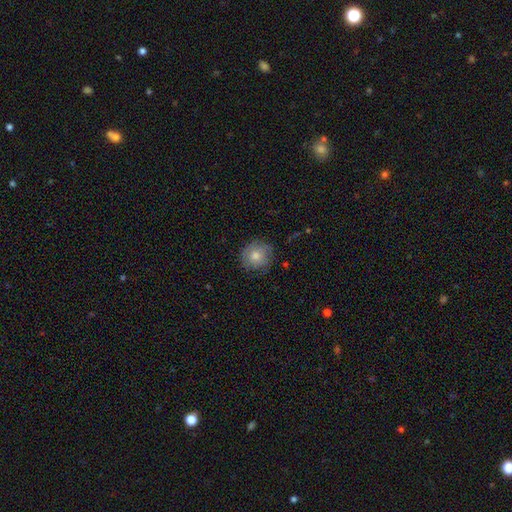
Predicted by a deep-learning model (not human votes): smooth-or-featured: smooth: 60% | featured or disk: 28% | star or artifact: 11%
  how-rounded: round: 89% | in between: 10% | cigar-shaped: 1%
  merging: none: 78% | minor disturbance: 17% | major disturbance: 5% | merger: 1%